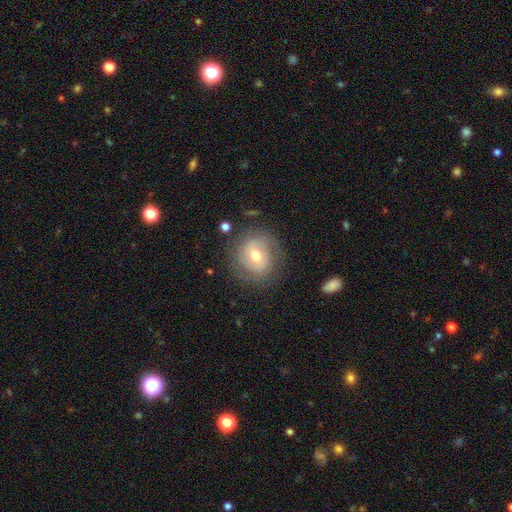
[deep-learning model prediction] Smooth or featured: featured or disk — 64% (smooth — 28%)
Edge-on disk: no — 97% (yes — 3%)
Bar: no — 44% (weak — 42%)
Spiral arms: yes — 79% (no — 21%)
Bulge size: moderate — 69% (small — 25%)
Merging: none — 77% (minor disturbance — 15%)